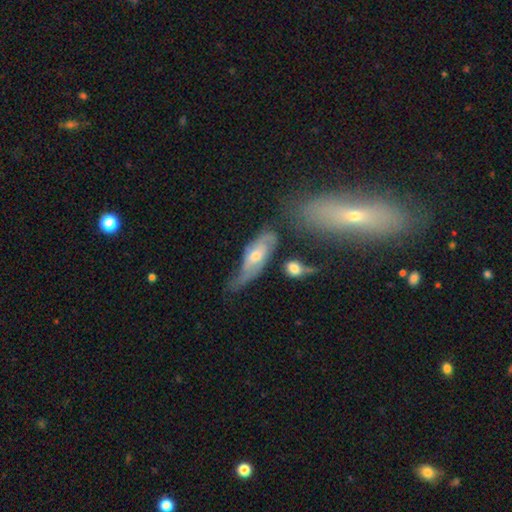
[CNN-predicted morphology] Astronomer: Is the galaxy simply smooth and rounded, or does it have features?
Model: featured or disk — 66%.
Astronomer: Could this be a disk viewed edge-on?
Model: no — 80%.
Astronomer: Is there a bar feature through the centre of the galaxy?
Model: no — 64%.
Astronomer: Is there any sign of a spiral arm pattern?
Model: yes — 79%.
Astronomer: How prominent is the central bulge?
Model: moderate — 56% (runner-up: small, 37%).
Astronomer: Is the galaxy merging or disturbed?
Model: none — 41% (runner-up: minor disturbance, 27%).